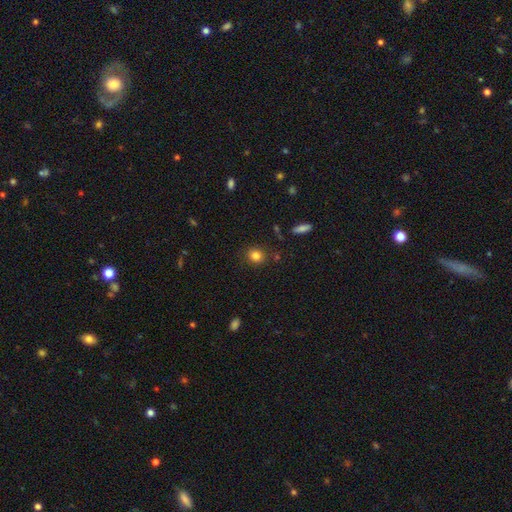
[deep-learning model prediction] Morphology: type=smooth (82%); roundness=round (77%); merging=none (85%).